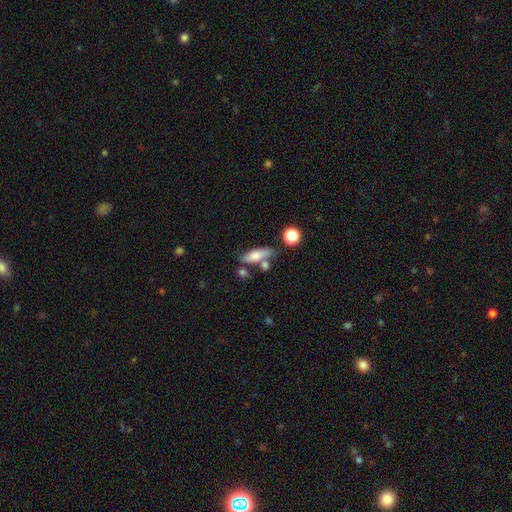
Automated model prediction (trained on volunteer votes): Smooth or featured? smooth (70%)
How rounded? in between (55%)
Merging? none (56%)